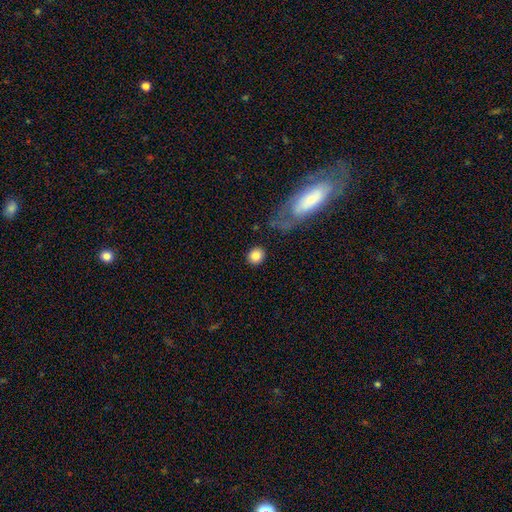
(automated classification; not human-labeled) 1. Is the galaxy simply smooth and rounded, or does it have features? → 84% smooth, 9% star or artifact, 7% featured or disk.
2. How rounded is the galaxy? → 84% round, 15% in between, 1% cigar-shaped.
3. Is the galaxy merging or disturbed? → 87% none, 7% minor disturbance, 3% major disturbance, 3% merger.